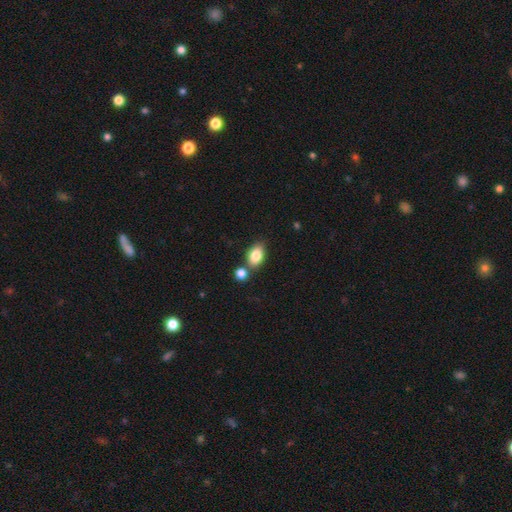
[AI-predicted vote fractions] smooth 83%, featured or disk 9%, star or artifact 8%. Down the decision tree: how rounded — in between (84%); merging — none (64%).